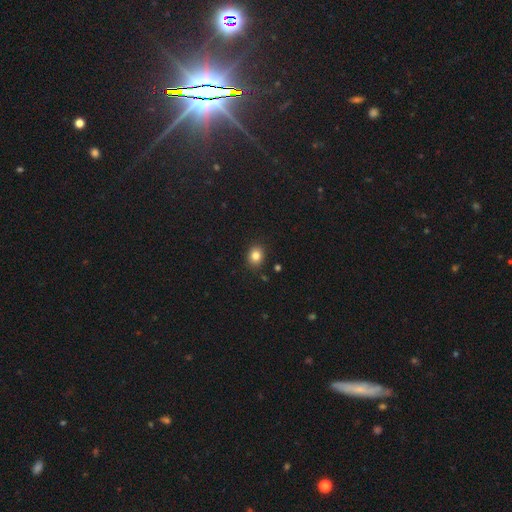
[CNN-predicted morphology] Smooth or featured: smooth — 83% (star or artifact — 11%)
How rounded: round — 59% (in between — 40%)
Merging: none — 89% (minor disturbance — 8%)